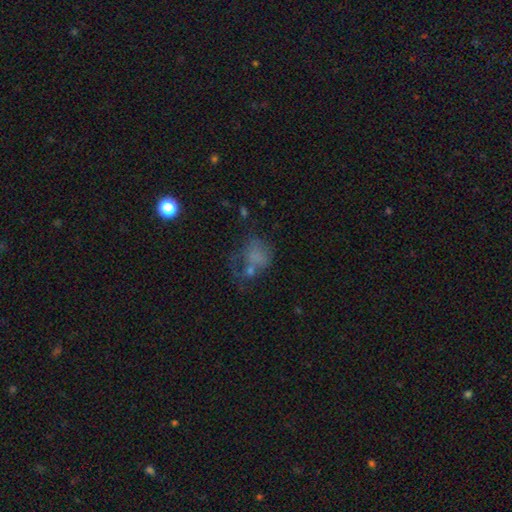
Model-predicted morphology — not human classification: A smooth galaxy with no disk features (53%) that is in between round and cigar-shaped (54%).

Vote fractions:
- Smooth or featured? smooth: 53% / featured or disk: 30% / star or artifact: 17%
- How rounded? in between: 54% / round: 45% / cigar-shaped: 1%
- Merging? major disturbance: 38% / none: 28% / minor disturbance: 18% / merger: 17%